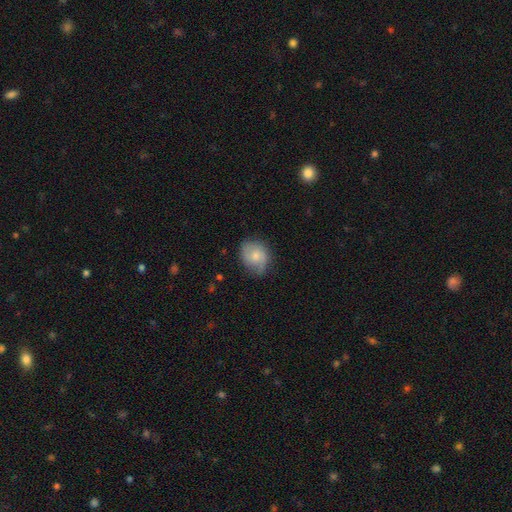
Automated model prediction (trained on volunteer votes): The model was most divided on "how rounded": round: 57%, in between: 42%, cigar-shaped: 1%. More confident: merging — none (64%); smooth or featured — smooth (57%).